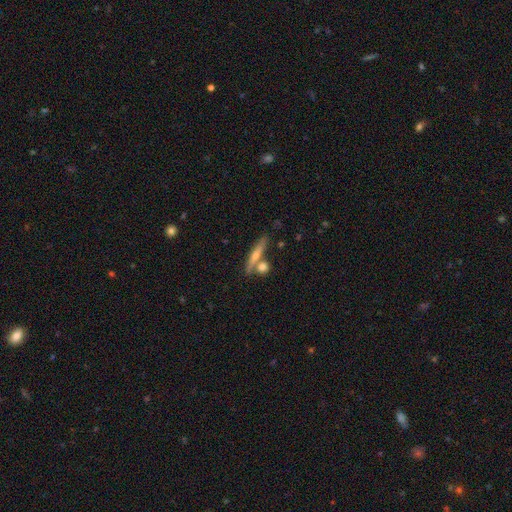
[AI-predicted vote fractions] The model was most divided on "smooth or featured": featured or disk: 53%, smooth: 39%, star or artifact: 8%. More confident: edge-on disk — yes (92%); merging — none (69%).